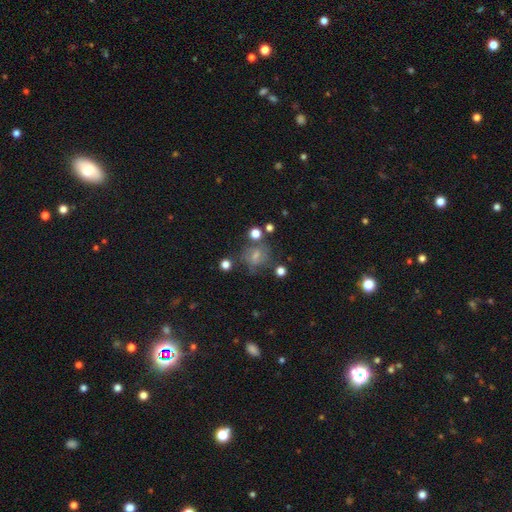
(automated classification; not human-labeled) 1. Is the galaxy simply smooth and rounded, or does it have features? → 51% smooth, 32% featured or disk, 17% star or artifact.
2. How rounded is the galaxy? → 74% round, 25% in between, 1% cigar-shaped.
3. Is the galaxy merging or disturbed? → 58% none, 20% minor disturbance, 14% major disturbance, 9% merger.